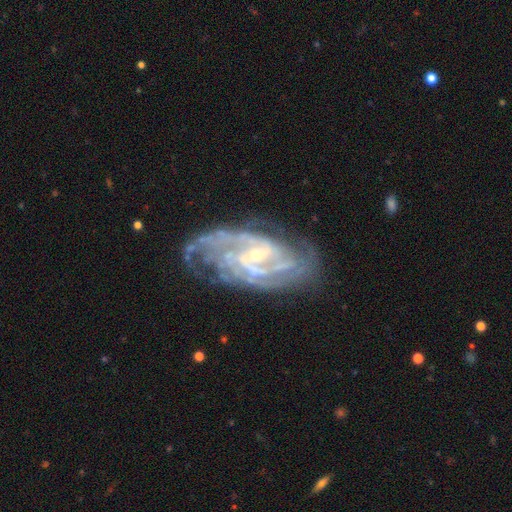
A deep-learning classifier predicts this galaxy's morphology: Smooth or featured?
  - featured or disk: 91% *
  - star or artifact: 6%
  - smooth: 4%
Edge-on disk?
  - no: 96% *
  - yes: 4%
Bar?
  - weak: 43% *
  - no: 37%
  - strong: 20%
Spiral arms?
  - yes: 98% *
  - no: 2%
Spiral winding?
  - tight: 56% *
  - medium: 37%
  - loose: 7%
Spiral arm count?
  - 2: 28% *
  - can't tell: 21%
  - 3: 21%
  - 4: 15%
  - more than 4: 8%
  - 1: 7%
Bulge size?
  - small: 75% *
  - moderate: 20%
  - none: 2%
  - large: 1%
  - dominant: 1%
Merging?
  - none: 70% *
  - minor disturbance: 19%
  - major disturbance: 8%
  - merger: 2%